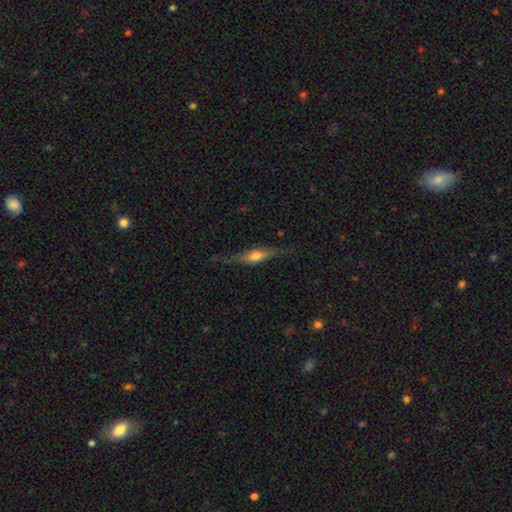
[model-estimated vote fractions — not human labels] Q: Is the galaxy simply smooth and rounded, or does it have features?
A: featured or disk — 67%.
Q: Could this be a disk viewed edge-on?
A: yes — 95%.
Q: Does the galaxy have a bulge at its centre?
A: rounded — 87%.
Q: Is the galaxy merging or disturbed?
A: none — 79%.